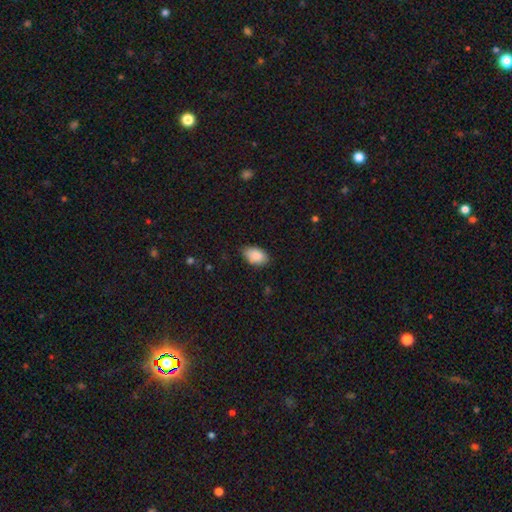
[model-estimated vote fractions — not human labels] A smooth galaxy with no disk features (88%) that is in between round and cigar-shaped (91%).

Vote fractions:
- Smooth or featured? smooth: 88% / star or artifact: 7% / featured or disk: 5%
- How rounded? in between: 91% / round: 7% / cigar-shaped: 1%
- Merging? none: 78% / minor disturbance: 18% / major disturbance: 3% / merger: 1%